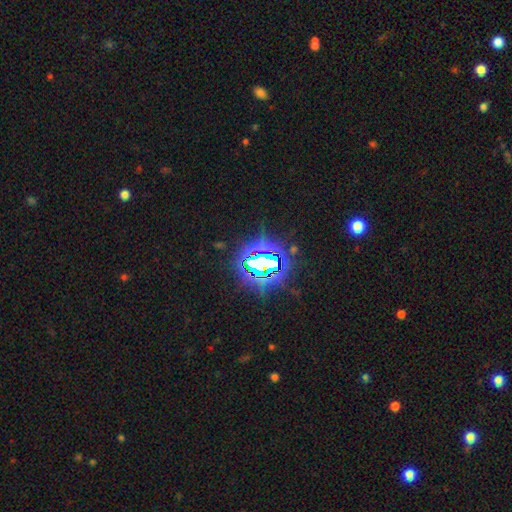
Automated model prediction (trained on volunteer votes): star or artifact 79%, smooth 11%, featured or disk 10%.